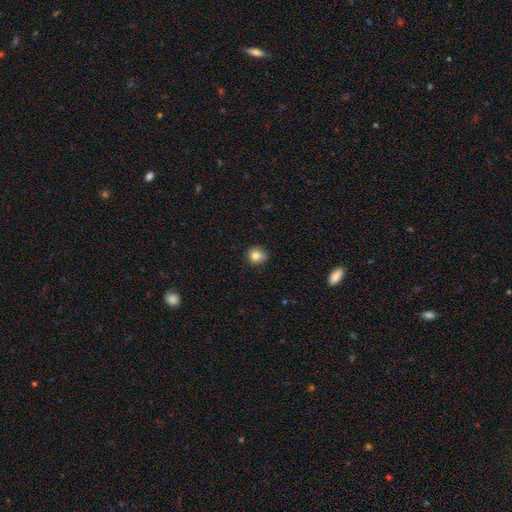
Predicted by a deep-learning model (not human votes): smooth_or_featured: smooth (p=0.81) [alt: star or artifact p=0.11]
how_rounded: round (p=0.84) [alt: in between p=0.15]
merging: none (p=0.72) [alt: minor disturbance p=0.22]